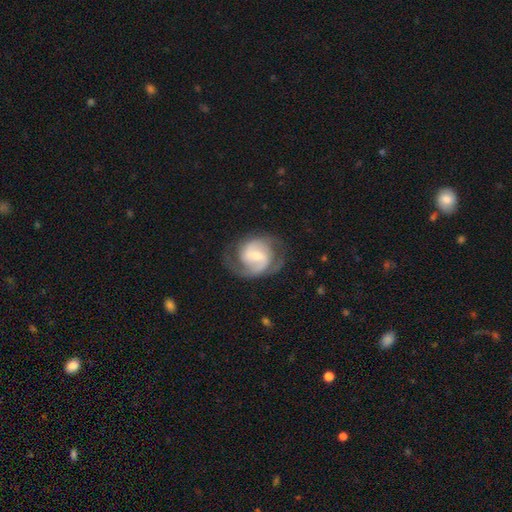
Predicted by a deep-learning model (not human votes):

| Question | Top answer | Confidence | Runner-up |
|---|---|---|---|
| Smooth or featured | featured or disk | 83% | smooth (12%) |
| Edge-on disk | no | 98% | yes (2%) |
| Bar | weak | 51% | no (32%) |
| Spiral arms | yes | 95% | no (5%) |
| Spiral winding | medium | 49% | tight (35%) |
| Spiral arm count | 2 | 79% | can't tell (8%) |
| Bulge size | small | 48% | moderate (42%) |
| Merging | none | 70% | minor disturbance (17%) |